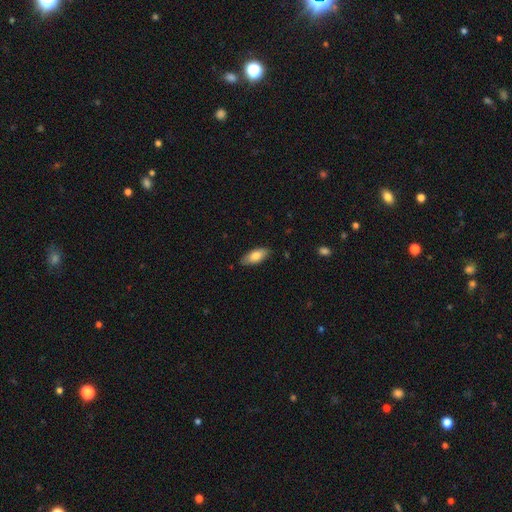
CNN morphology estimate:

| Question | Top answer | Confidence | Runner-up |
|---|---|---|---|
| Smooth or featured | smooth | 79% | featured or disk (15%) |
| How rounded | in between | 84% | cigar-shaped (14%) |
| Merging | none | 84% | minor disturbance (13%) |